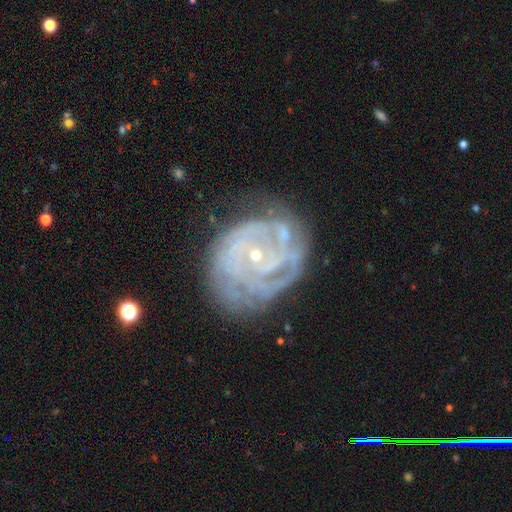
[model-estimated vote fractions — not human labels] smooth-or-featured: featured or disk: 83% | smooth: 10% | star or artifact: 7%
  disk-edge-on: no: 98% | yes: 2%
    bar: no: 71% | weak: 22% | strong: 7%
    has-spiral-arms: yes: 90% | no: 10%
      spiral-winding: tight: 71% | medium: 23% | loose: 6%
      spiral-arm-count: can't tell: 38% | 3: 19% | 2: 18% | 4: 13% | more than 4: 7% | 1: 6%
    bulge-size: small: 83% | moderate: 13% | none: 2% | large: 1% | dominant: 1%
  merging: none: 56% | minor disturbance: 25% | major disturbance: 15% | merger: 4%